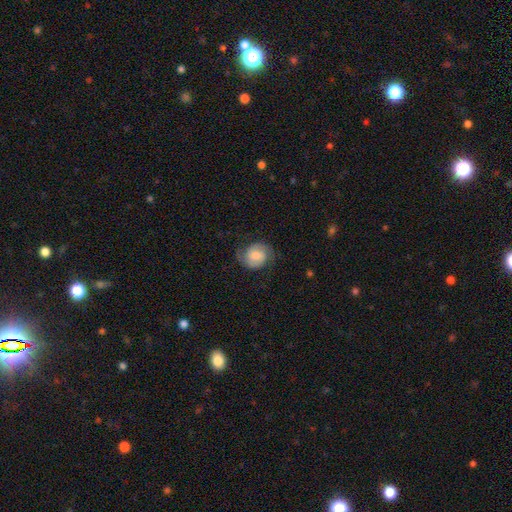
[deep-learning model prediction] Overall: featured or disk (56%; smooth 36%). Edge-on disk: no (98%). Bar: no (52%; weak 40%). Spiral arms: yes (90%). Bulge size: moderate (51%; small 31%). Merging: none (70%).